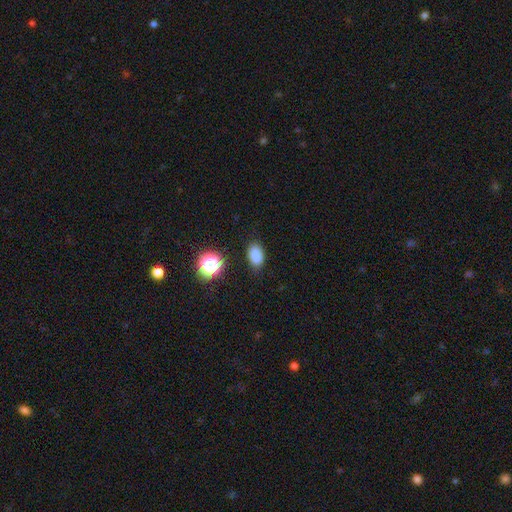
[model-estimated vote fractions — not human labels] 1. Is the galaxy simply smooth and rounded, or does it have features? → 83% smooth, 13% star or artifact, 5% featured or disk.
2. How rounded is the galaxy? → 85% in between, 13% round, 2% cigar-shaped.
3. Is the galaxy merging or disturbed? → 84% none, 11% minor disturbance, 3% major disturbance, 2% merger.